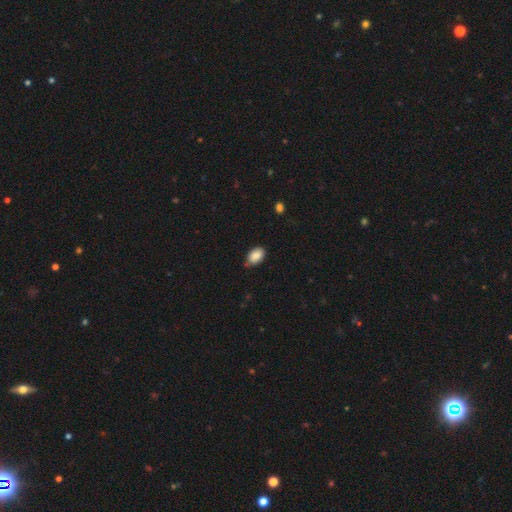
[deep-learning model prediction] Morphology: type=smooth (88%); roundness=in between (89%); merging=none (73%).